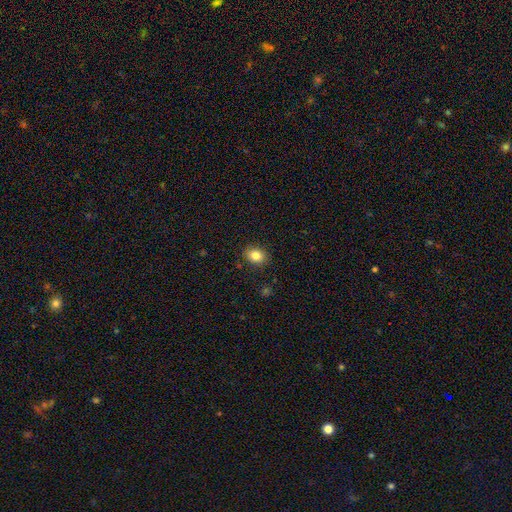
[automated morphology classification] Smooth or featured?
  - smooth: 84% *
  - star or artifact: 10%
  - featured or disk: 6%
How rounded?
  - in between: 62% *
  - round: 37%
  - cigar-shaped: 1%
Merging?
  - none: 88% *
  - minor disturbance: 9%
  - major disturbance: 2%
  - merger: 1%